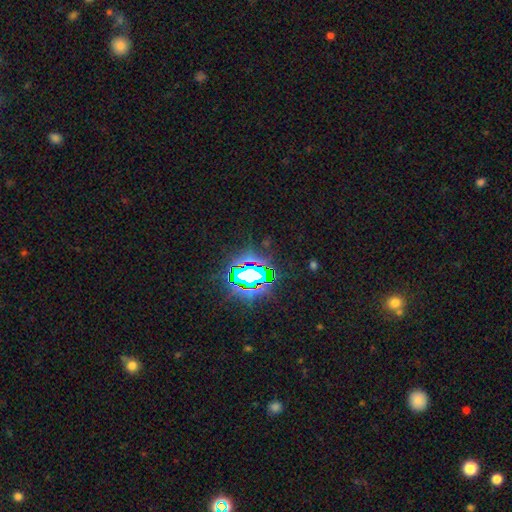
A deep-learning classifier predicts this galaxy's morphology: This appears to be a star or artifact, not a galaxy (80%).